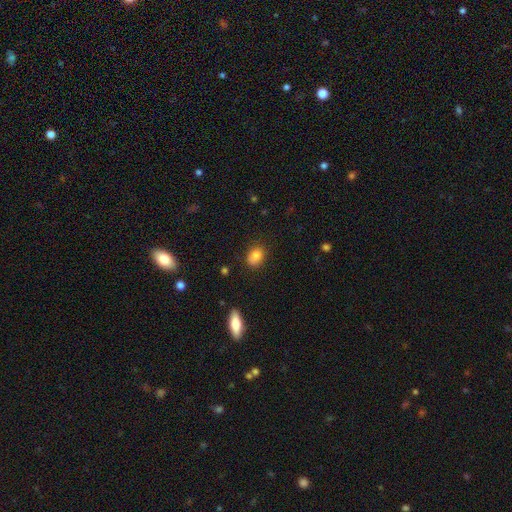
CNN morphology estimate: This is clearly a smooth galaxy (81%). How rounded: possibly in between (58%). Merging: likely none (68%).